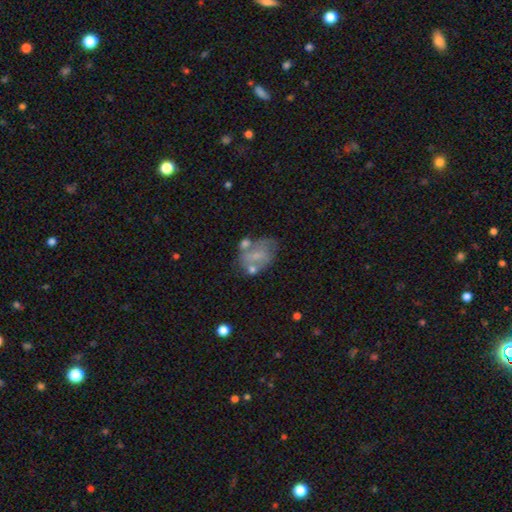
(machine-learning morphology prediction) This is possibly a smooth galaxy (45%, tied with featured or disk). Merging: marginally none (37%).